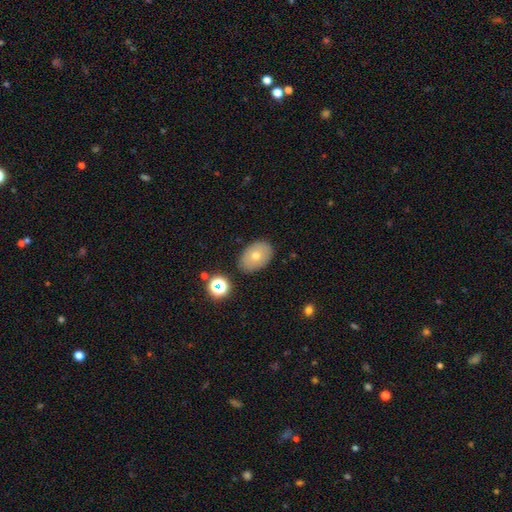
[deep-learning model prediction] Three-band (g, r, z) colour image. It shows a smooth galaxy with no disk features (67%) that is in between round and cigar-shaped (80%). Merging: none (86%).